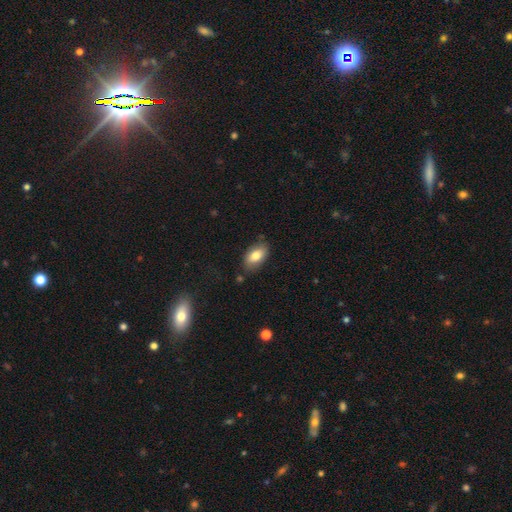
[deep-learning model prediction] Morphology: type=smooth (79%); roundness=in between (92%); merging=none (78%).